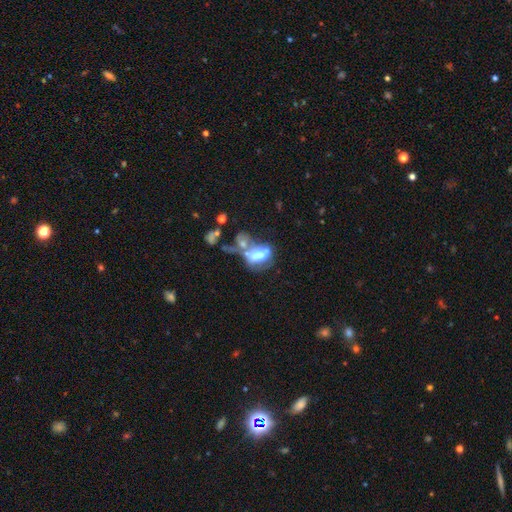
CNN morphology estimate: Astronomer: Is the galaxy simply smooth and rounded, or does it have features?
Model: featured or disk — 44% (runner-up: smooth, 43%).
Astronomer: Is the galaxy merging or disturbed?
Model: merger — 56%.